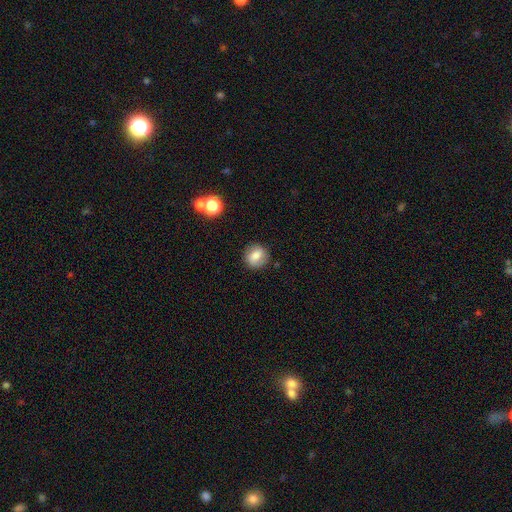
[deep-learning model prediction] Smooth or featured: smooth — 76% (featured or disk — 14%)
How rounded: round — 82% (in between — 16%)
Merging: none — 85% (minor disturbance — 10%)